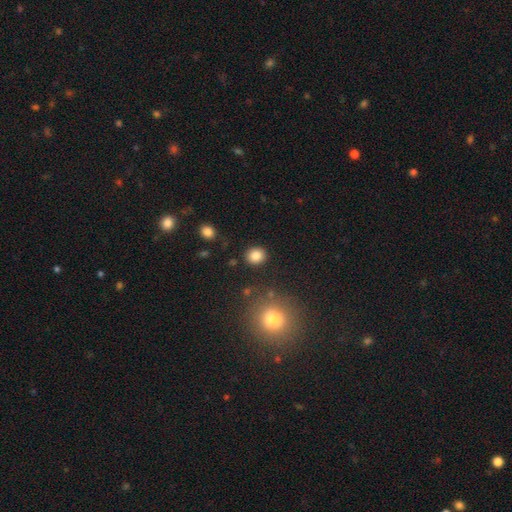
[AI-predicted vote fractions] smooth_or_featured: smooth (p=0.85) [alt: star or artifact p=0.10]
how_rounded: round (p=0.75) [alt: in between p=0.24]
merging: none (p=0.87) [alt: minor disturbance p=0.07]